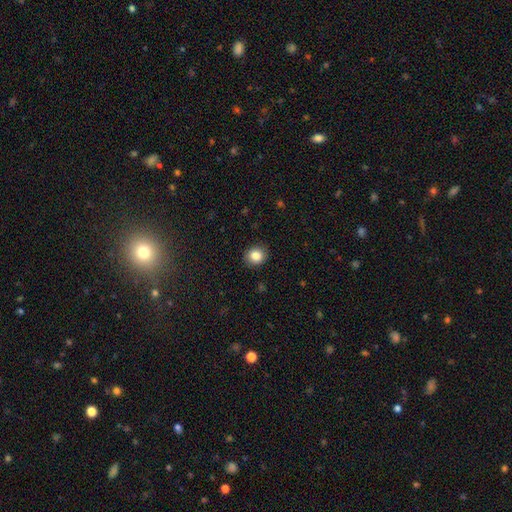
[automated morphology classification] A smooth galaxy with no disk features (84%) that is round (80%). Merging: none (90%).